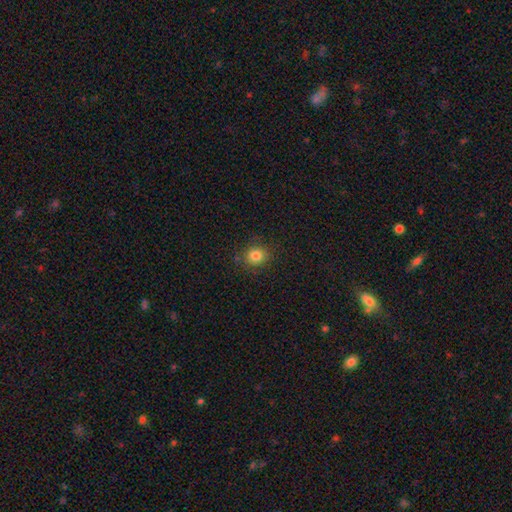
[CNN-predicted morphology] smooth-or-featured: smooth: 82% | star or artifact: 12% | featured or disk: 6%
  how-rounded: round: 83% | in between: 16% | cigar-shaped: 1%
  merging: none: 86% | minor disturbance: 10% | major disturbance: 3% | merger: 2%